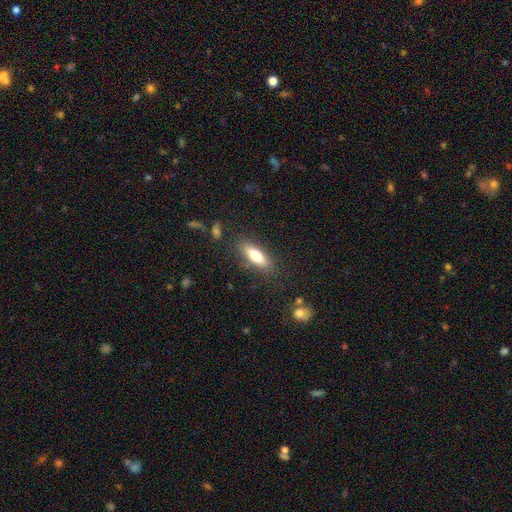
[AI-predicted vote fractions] smooth-or-featured: smooth: 73% | featured or disk: 20% | star or artifact: 7%
  how-rounded: in between: 58% | cigar-shaped: 39% | round: 2%
  merging: none: 83% | minor disturbance: 12% | major disturbance: 4% | merger: 2%